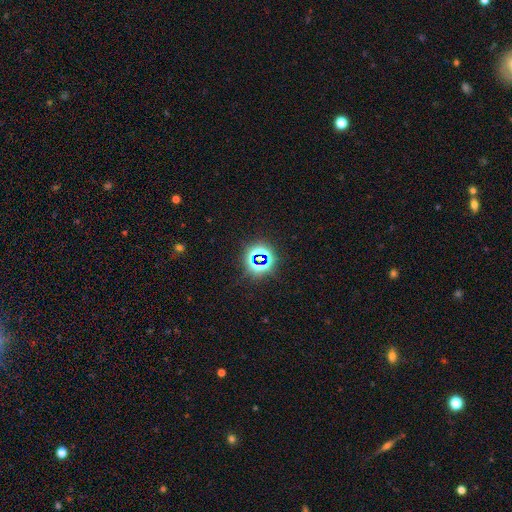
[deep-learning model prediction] This appears to be a star or artifact, not a galaxy (74%).